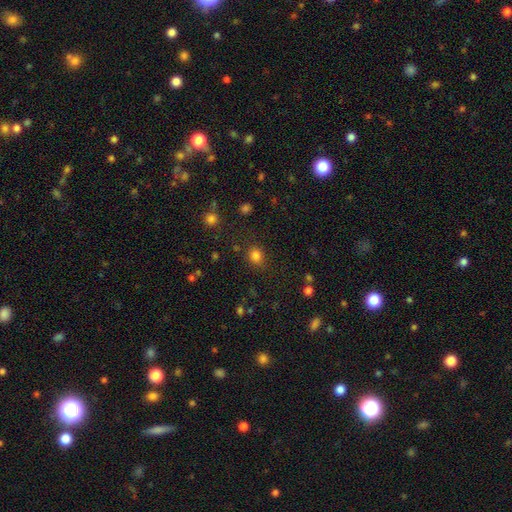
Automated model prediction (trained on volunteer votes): Overall: smooth (81%). How rounded: round (69%; in between 30%). Merging: none (82%).